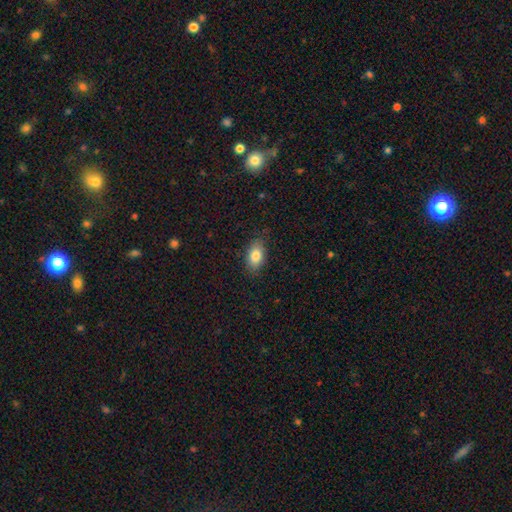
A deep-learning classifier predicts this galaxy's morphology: Smooth or featured?
  - smooth: 82% *
  - featured or disk: 10%
  - star or artifact: 8%
How rounded?
  - in between: 89% *
  - round: 9%
  - cigar-shaped: 3%
Merging?
  - none: 83% *
  - minor disturbance: 13%
  - major disturbance: 3%
  - merger: 1%